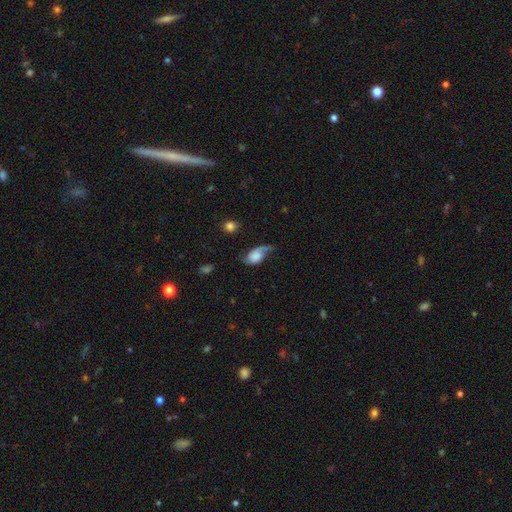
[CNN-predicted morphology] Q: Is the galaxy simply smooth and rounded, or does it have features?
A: featured or disk — 53%.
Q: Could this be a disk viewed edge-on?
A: no — 94%.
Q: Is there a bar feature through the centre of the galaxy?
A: no — 69%.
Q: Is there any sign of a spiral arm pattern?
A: yes — 86%.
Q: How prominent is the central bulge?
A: none — 29%.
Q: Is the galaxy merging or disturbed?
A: none — 36%.